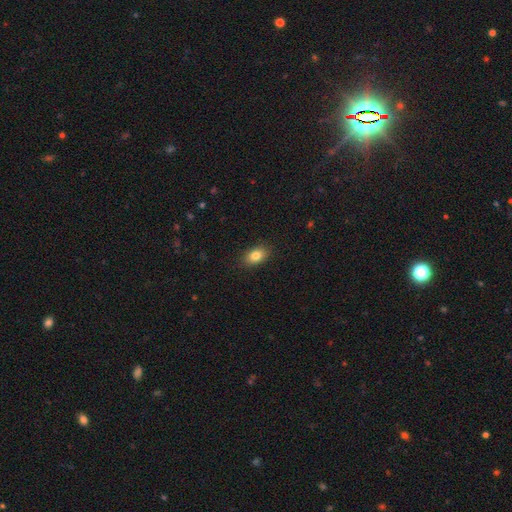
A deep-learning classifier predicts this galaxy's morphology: Smooth or featured? smooth (83%)
How rounded? in between (83%)
Merging? none (88%)